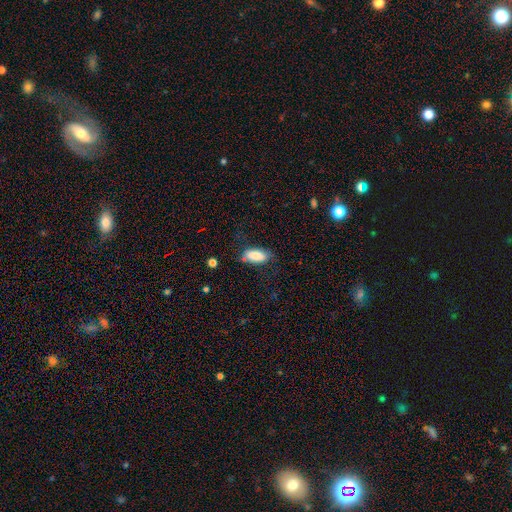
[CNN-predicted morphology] Q: Smooth or featured?
A: smooth (83%); runner-up: featured or disk (10%)
Q: How rounded?
A: in between (85%); runner-up: cigar-shaped (13%)
Q: Merging?
A: none (69%); runner-up: minor disturbance (22%)